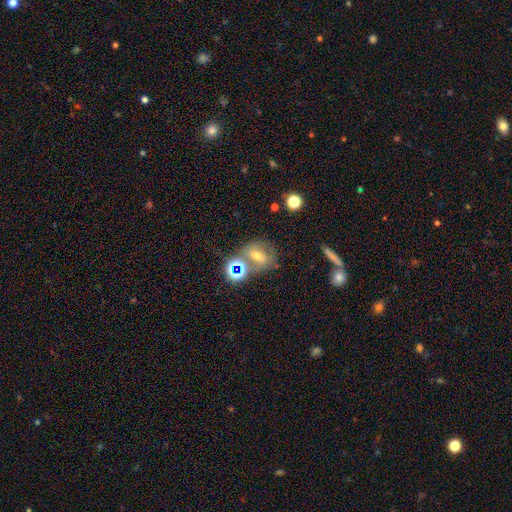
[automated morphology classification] Smooth or featured?
  - featured or disk: 37% *
  - smooth: 35%
  - star or artifact: 28%
Merging?
  - none: 54% *
  - merger: 21%
  - minor disturbance: 15%
  - major disturbance: 10%